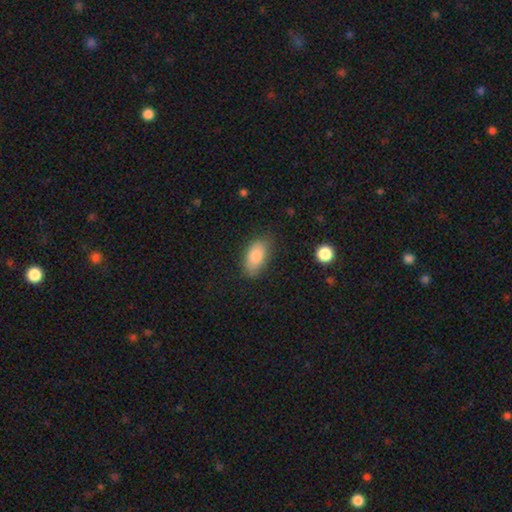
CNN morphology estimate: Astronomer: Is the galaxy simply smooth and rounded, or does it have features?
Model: smooth — 85%.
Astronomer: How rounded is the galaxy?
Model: in between — 92%.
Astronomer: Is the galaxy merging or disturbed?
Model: none — 78%.